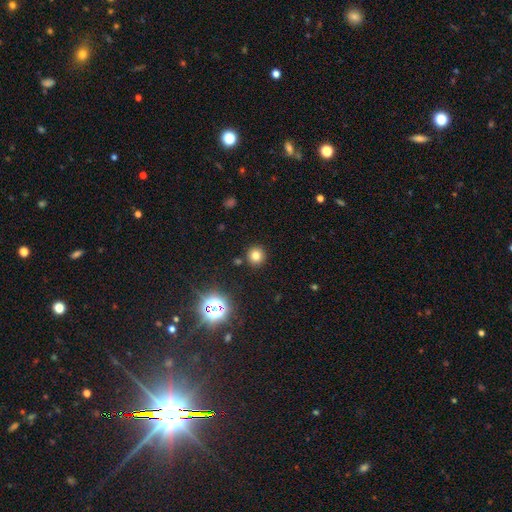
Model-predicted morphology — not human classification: The model was most divided on "smooth or featured": smooth: 75%, star or artifact: 18%, featured or disk: 7%. More confident: how rounded — round (92%); merging — none (89%).